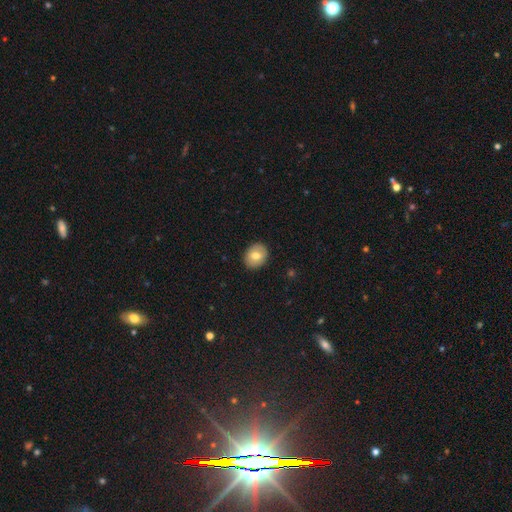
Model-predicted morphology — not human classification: smooth 71%, featured or disk 22%, star or artifact 7%. Down the decision tree: how rounded — round (54%); merging — none (90%).